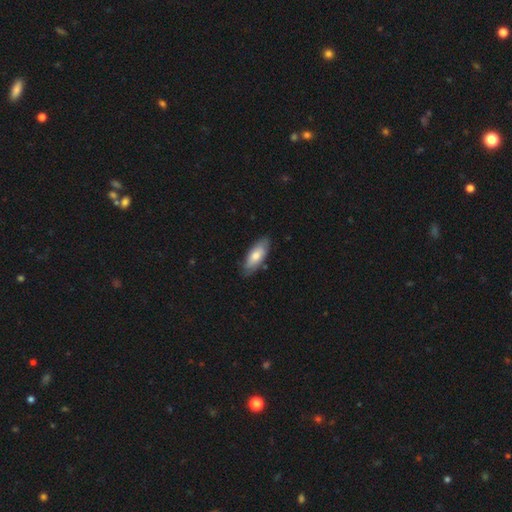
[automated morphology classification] A smooth galaxy with no disk features (69%) that is in between round and cigar-shaped (77%).

Vote fractions:
- Smooth or featured? smooth: 69% / featured or disk: 26% / star or artifact: 5%
- How rounded? in between: 77% / cigar-shaped: 21% / round: 2%
- Merging? none: 80% / minor disturbance: 16% / major disturbance: 2% / merger: 2%